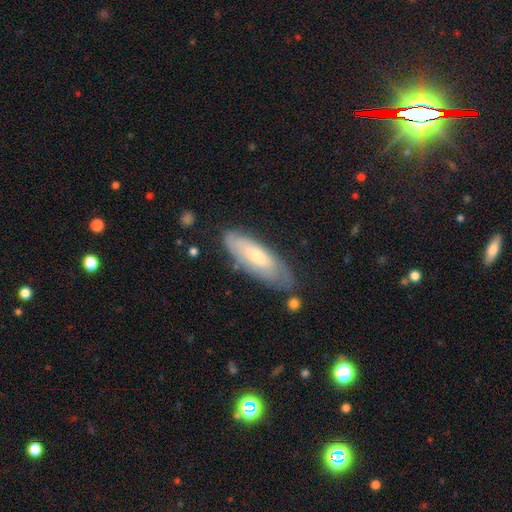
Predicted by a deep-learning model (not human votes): Smooth or featured? Predicted: smooth (p=0.48). Merging? Predicted: none (p=0.68).